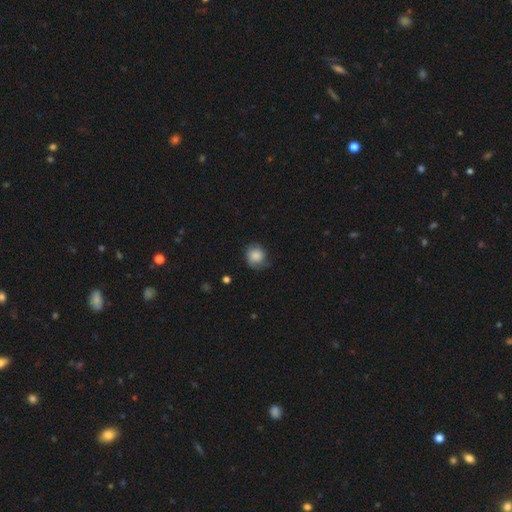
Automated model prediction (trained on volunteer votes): Smooth or featured? Predicted: smooth (p=0.79). How rounded? Predicted: round (p=0.77). Merging? Predicted: none (p=0.60).